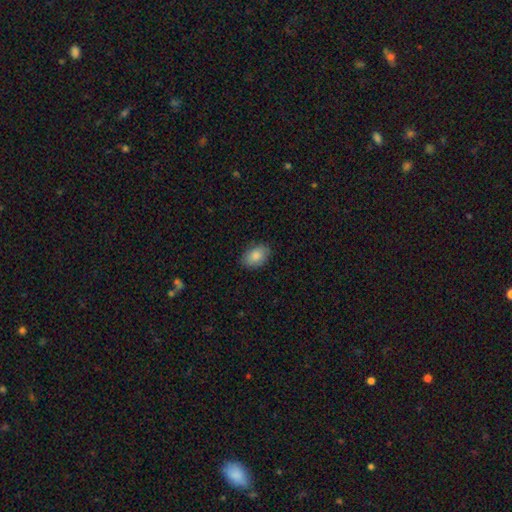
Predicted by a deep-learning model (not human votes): This appears to be a smooth galaxy with no disk features (86%) that is in between round and cigar-shaped (88%). Merging: none (83%).